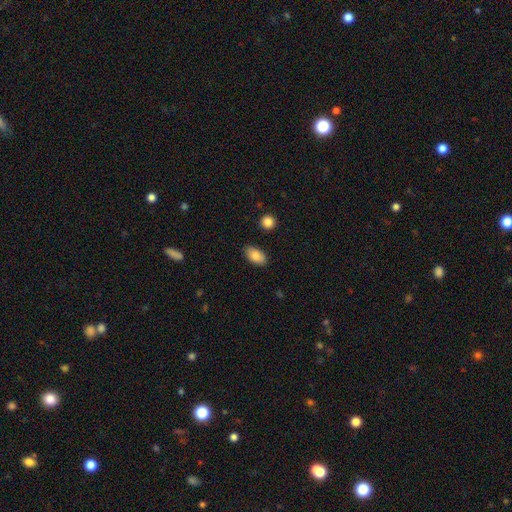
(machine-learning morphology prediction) A smooth galaxy with no disk features (84%) that is in between round and cigar-shaped (93%). Merging: none (86%).